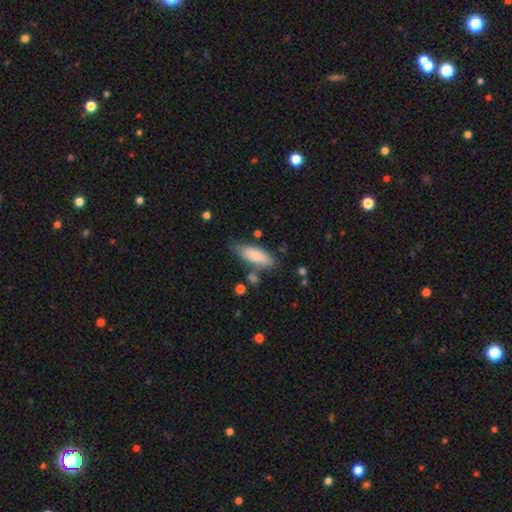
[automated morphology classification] smooth_or_featured: smooth (p=0.81) [alt: featured or disk p=0.13]
how_rounded: in between (p=0.68) [alt: cigar-shaped p=0.31]
merging: none (p=0.69) [alt: minor disturbance p=0.20]